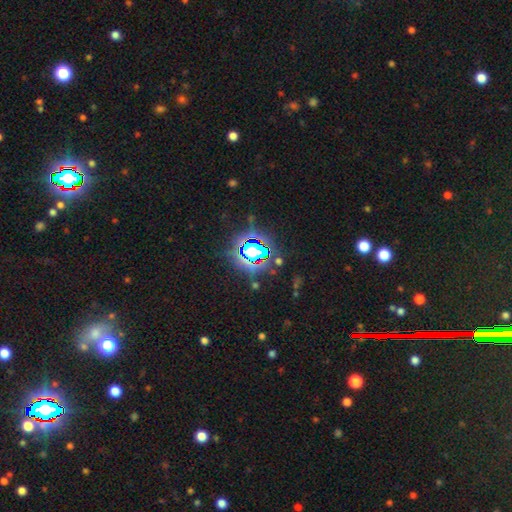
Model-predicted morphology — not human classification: Smooth or featured? Predicted: star or artifact (p=0.69).